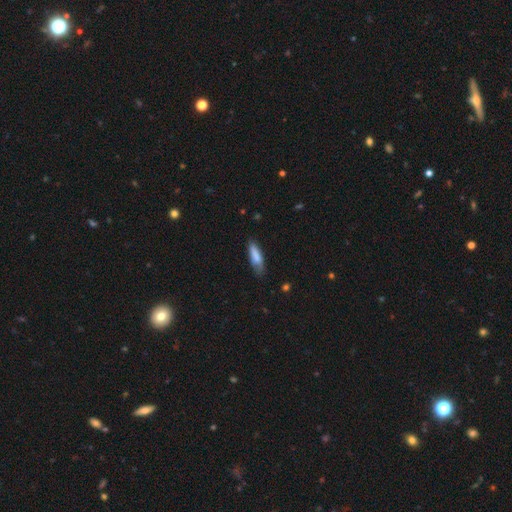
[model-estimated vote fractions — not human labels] Q: Smooth or featured?
A: smooth (80%); runner-up: featured or disk (13%)
Q: How rounded?
A: cigar-shaped (56%); runner-up: in between (43%)
Q: Merging?
A: none (69%); runner-up: minor disturbance (25%)